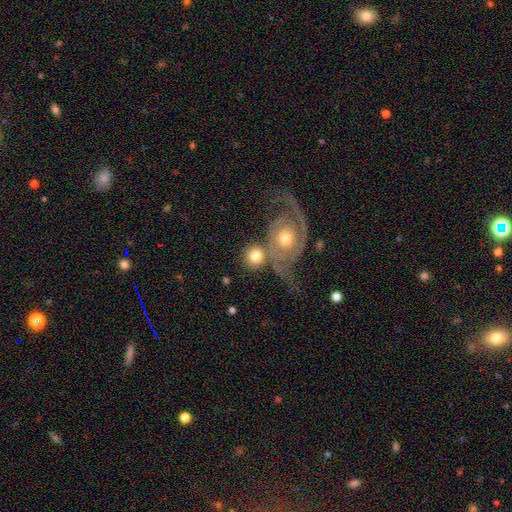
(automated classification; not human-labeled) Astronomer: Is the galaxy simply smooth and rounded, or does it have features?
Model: smooth — 60%.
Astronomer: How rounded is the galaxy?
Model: round — 83%.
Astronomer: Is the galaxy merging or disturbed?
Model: none — 47% (runner-up: merger, 34%).